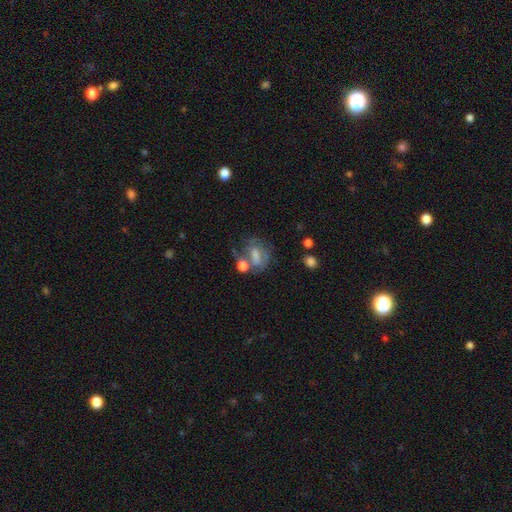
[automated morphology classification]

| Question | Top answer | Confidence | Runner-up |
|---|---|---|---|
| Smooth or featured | featured or disk | 46% | smooth (43%) |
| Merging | none | 35% | merger (27%) |